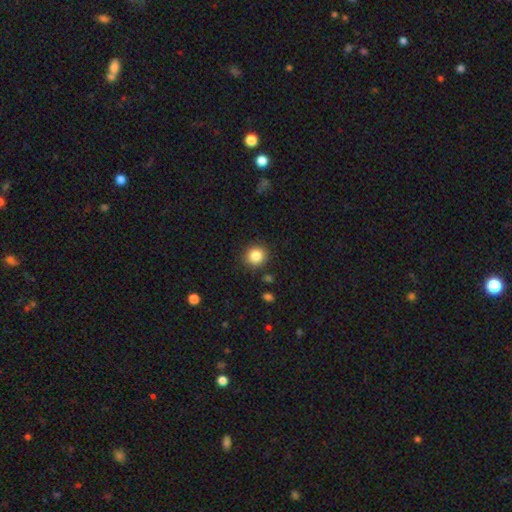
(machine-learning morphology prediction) This is clearly a smooth galaxy (85%). How rounded: clearly round (88%). Merging: clearly none (88%).